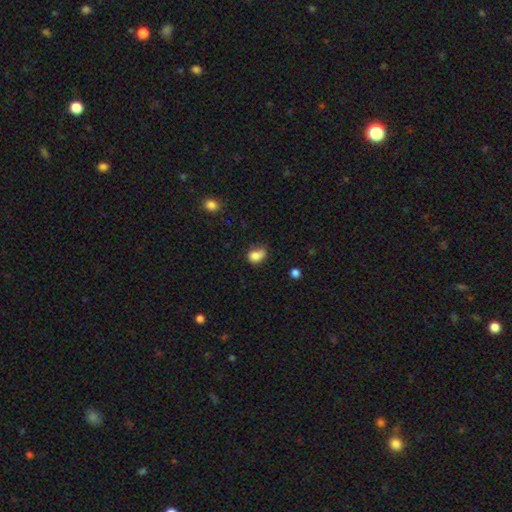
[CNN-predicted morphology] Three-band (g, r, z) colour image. It shows a smooth galaxy with no disk features (82%) that is in between round and cigar-shaped (71%). Merging: none (44%).